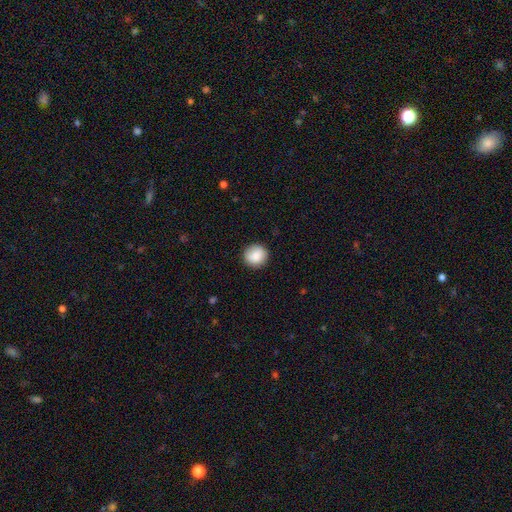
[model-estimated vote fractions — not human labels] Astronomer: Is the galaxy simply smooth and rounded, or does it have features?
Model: smooth — 87%.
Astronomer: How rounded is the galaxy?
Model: round — 92%.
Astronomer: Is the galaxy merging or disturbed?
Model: none — 90%.